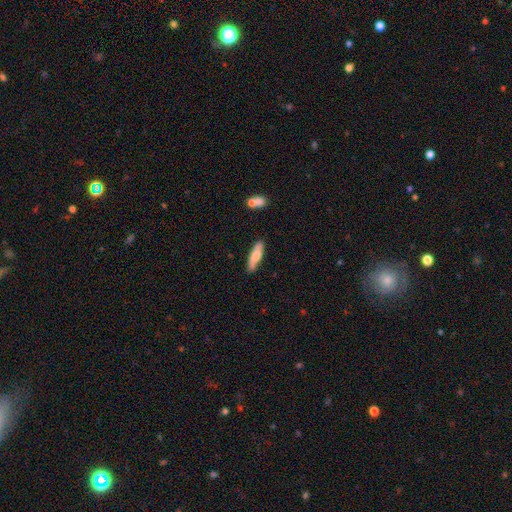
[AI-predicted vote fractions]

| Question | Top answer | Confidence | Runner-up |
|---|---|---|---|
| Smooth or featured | smooth | 68% | featured or disk (26%) |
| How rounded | cigar-shaped | 67% | in between (31%) |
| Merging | none | 81% | minor disturbance (14%) |